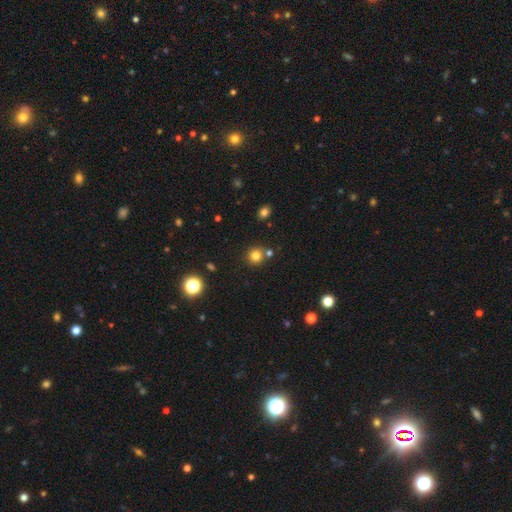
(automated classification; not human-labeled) Smooth or featured?
  - smooth: 79% *
  - star or artifact: 15%
  - featured or disk: 6%
How rounded?
  - round: 92% *
  - in between: 7%
  - cigar-shaped: 1%
Merging?
  - none: 77% *
  - merger: 13%
  - minor disturbance: 8%
  - major disturbance: 2%